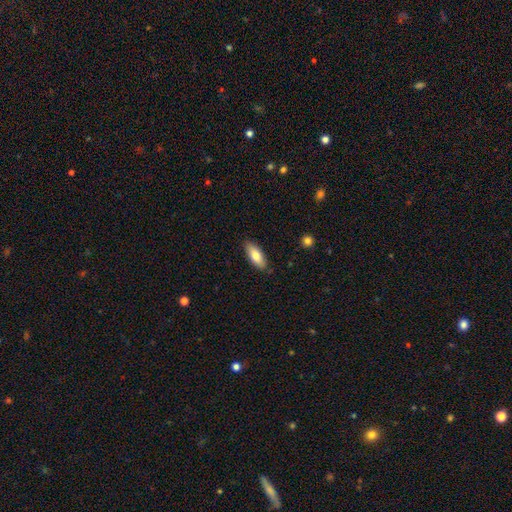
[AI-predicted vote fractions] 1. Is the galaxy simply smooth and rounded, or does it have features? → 78% smooth, 16% featured or disk, 6% star or artifact.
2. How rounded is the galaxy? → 78% in between, 19% cigar-shaped, 2% round.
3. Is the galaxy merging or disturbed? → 86% none, 11% minor disturbance, 2% major disturbance, 1% merger.